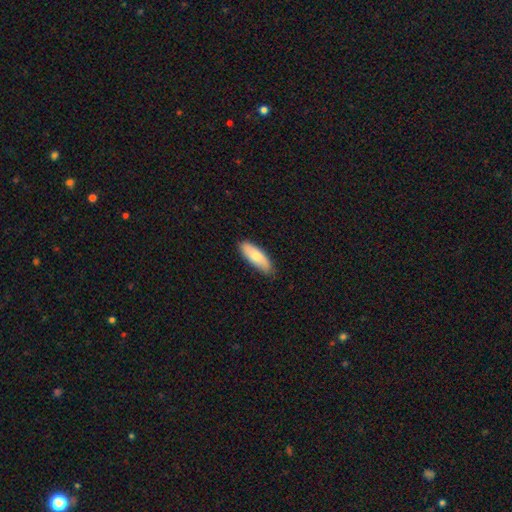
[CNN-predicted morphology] Q: Smooth or featured?
A: smooth (78%); runner-up: featured or disk (16%)
Q: How rounded?
A: in between (65%); runner-up: cigar-shaped (34%)
Q: Merging?
A: none (83%); runner-up: minor disturbance (14%)